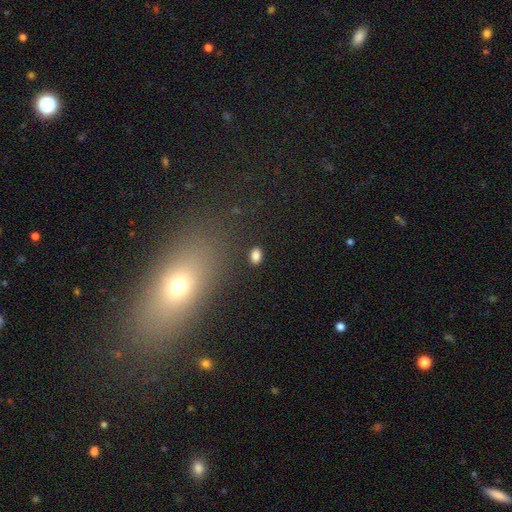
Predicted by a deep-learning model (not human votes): smooth-or-featured: smooth: 83% | star or artifact: 11% | featured or disk: 5%
  how-rounded: in between: 86% | round: 12% | cigar-shaped: 2%
  merging: none: 87% | minor disturbance: 8% | major disturbance: 3% | merger: 2%